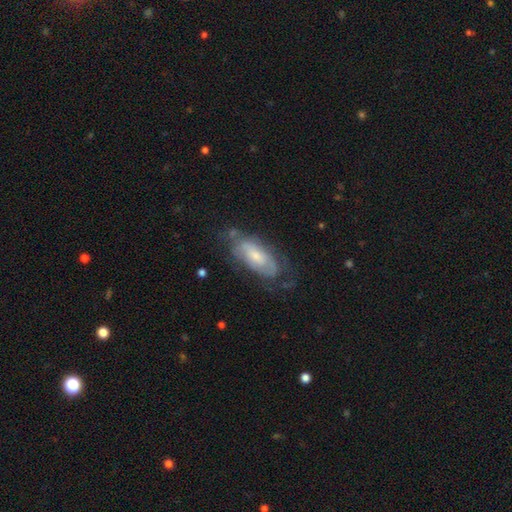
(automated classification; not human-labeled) Smooth or featured? featured or disk (57%)
Edge-on disk? no (87%)
Merging? none (55%)